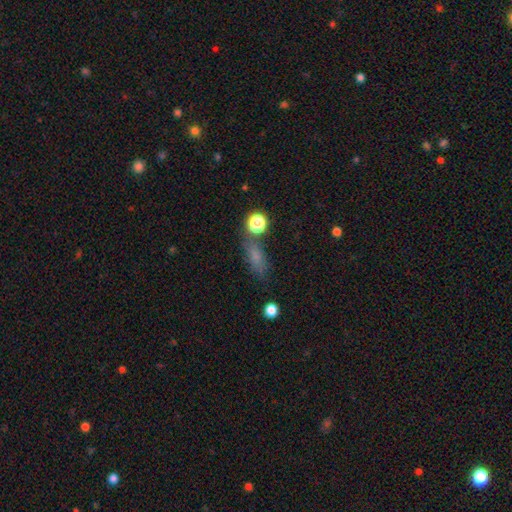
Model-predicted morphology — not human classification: smooth 68%, star or artifact 19%, featured or disk 13%. Down the decision tree: how rounded — in between (60%); merging — none (64%).